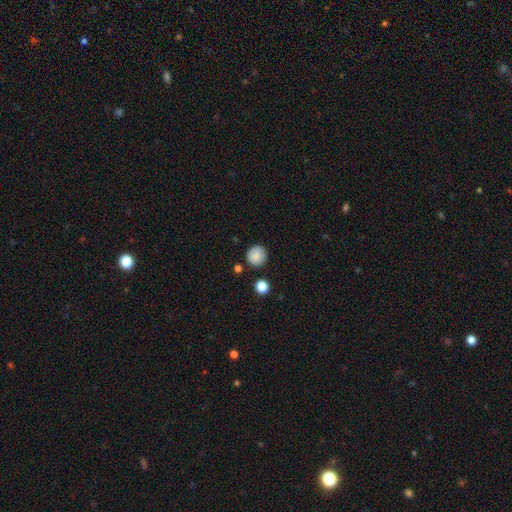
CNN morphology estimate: Smooth or featured?
  - smooth: 87% *
  - star or artifact: 9%
  - featured or disk: 4%
How rounded?
  - round: 95% *
  - in between: 5%
  - cigar-shaped: 1%
Merging?
  - none: 87% *
  - minor disturbance: 8%
  - merger: 3%
  - major disturbance: 2%